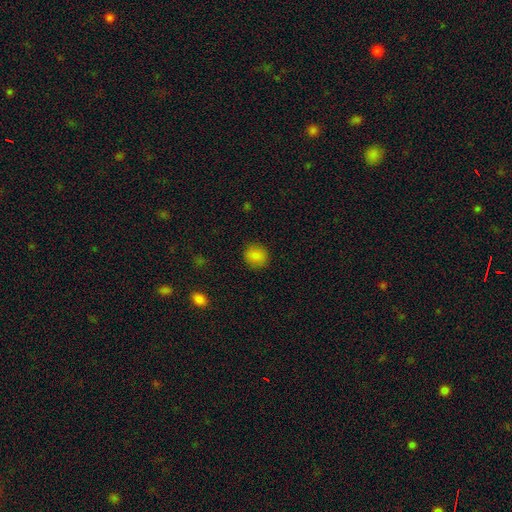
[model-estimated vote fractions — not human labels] smooth 85%, star or artifact 10%, featured or disk 5%. Down the decision tree: how rounded — round (80%); merging — none (88%).